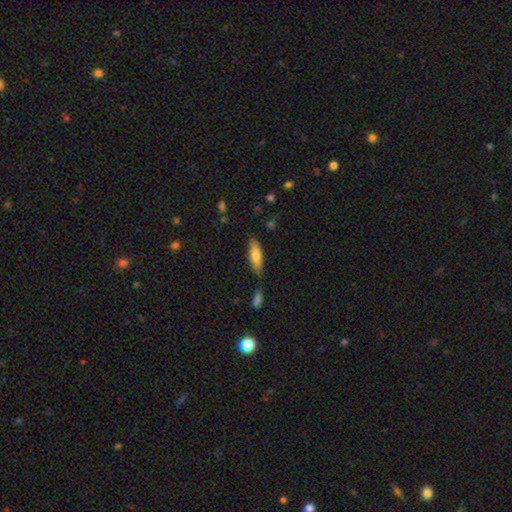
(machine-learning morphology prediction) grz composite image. It shows a smooth galaxy with no disk features (67%) that is cigar-shaped (56%). Merging: none (76%).